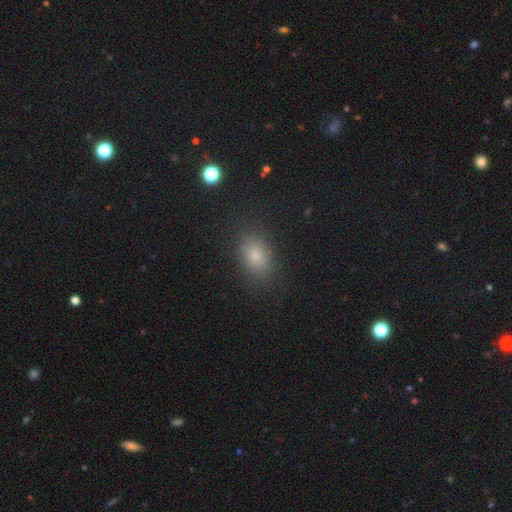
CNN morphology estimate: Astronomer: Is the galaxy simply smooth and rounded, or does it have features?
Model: smooth — 78%.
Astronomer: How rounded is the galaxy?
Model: in between — 77%.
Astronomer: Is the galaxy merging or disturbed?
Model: none — 84%.